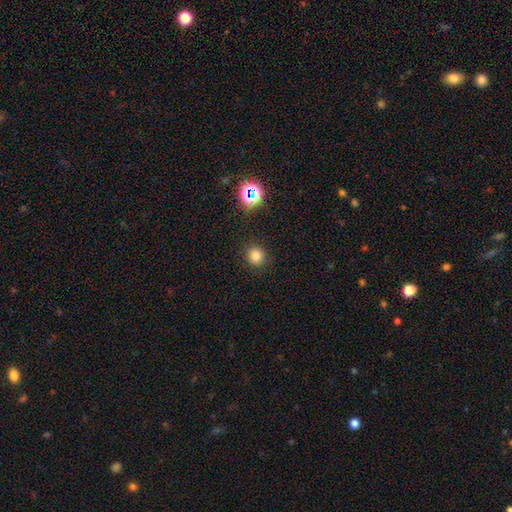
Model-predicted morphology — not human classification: type=smooth (78%); roundness=round (90%); merging=none (90%).